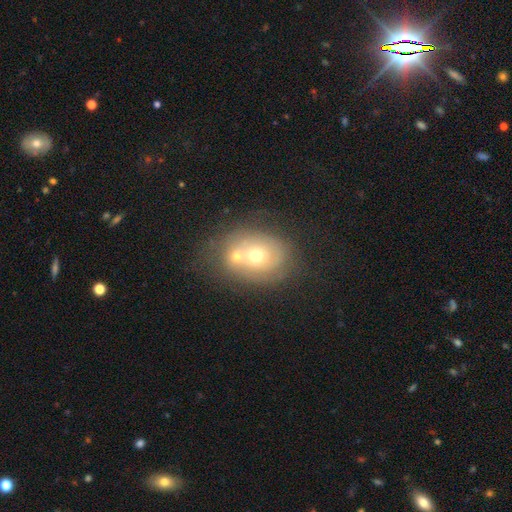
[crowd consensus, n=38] smooth-or-featured: featured or disk: 47% | smooth: 45% | star or artifact: 8%
  disk-edge-on: no: 94% | yes: 6%
    bar: no: 71% | weak: 24% | strong: 6%
    has-spiral-arms: no: 76% | yes: 24%
    bulge-size: moderate: 76% | small: 12% | dominant: 6% | large: 6% | none: 0%
  merging: merger: 60% | none: 20% | major disturbance: 14% | minor disturbance: 6%